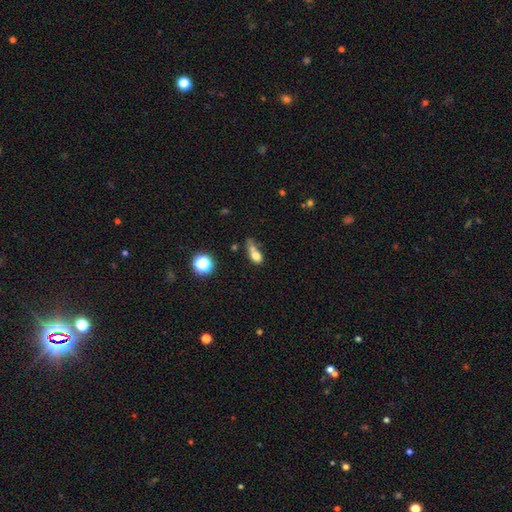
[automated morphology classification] This appears to be a smooth galaxy with no disk features (70%) that is in between round and cigar-shaped (61%). Merging: merger (41%).